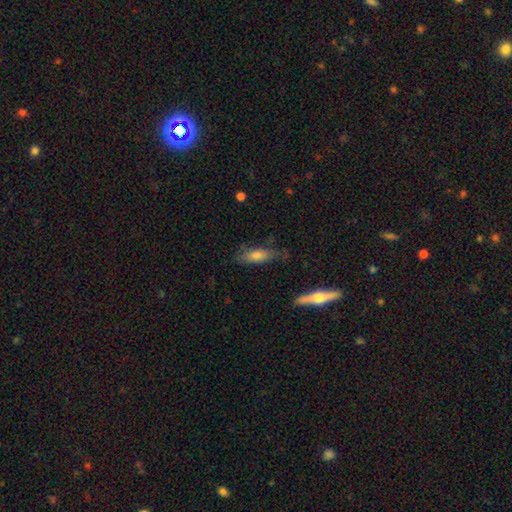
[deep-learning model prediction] Smooth or featured? Predicted: smooth (p=0.68). How rounded? Predicted: in between (p=0.57). Merging? Predicted: none (p=0.64).